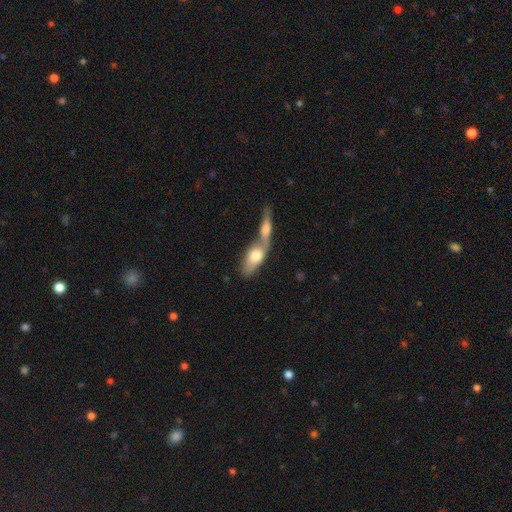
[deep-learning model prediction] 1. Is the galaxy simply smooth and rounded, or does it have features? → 65% smooth, 29% featured or disk, 6% star or artifact.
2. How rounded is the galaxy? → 76% in between, 20% cigar-shaped, 5% round.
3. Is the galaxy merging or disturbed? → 64% merger, 25% none, 8% minor disturbance, 4% major disturbance.